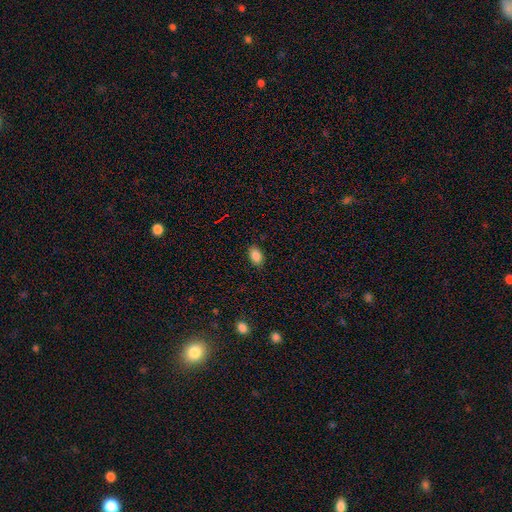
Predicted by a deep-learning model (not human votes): A smooth galaxy with no disk features (86%) that is in between round and cigar-shaped (88%).

Vote fractions:
- Smooth or featured? smooth: 86% / star or artifact: 9% / featured or disk: 5%
- How rounded? in between: 88% / round: 11% / cigar-shaped: 2%
- Merging? none: 87% / minor disturbance: 10% / major disturbance: 2% / merger: 1%